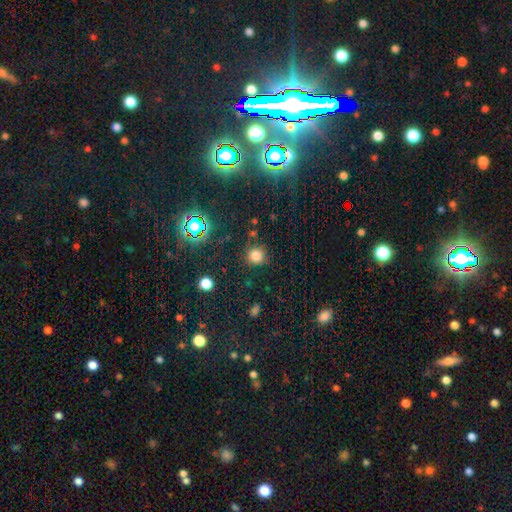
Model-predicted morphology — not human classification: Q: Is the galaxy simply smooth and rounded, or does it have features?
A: smooth — 77%.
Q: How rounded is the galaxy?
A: round — 91%.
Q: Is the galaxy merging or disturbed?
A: none — 84%.